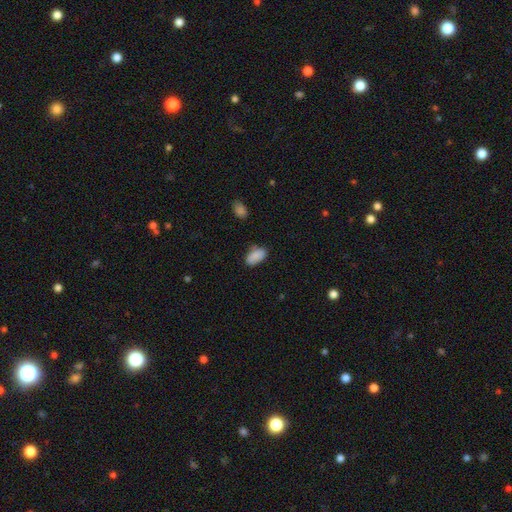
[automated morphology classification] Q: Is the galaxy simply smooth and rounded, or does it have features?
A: smooth — 87%.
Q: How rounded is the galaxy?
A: in between — 94%.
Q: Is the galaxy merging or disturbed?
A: none — 70%.